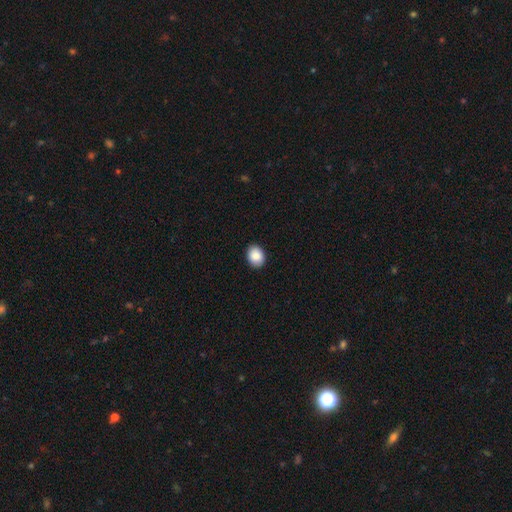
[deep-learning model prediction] Q: Smooth or featured?
A: smooth (89%); runner-up: star or artifact (7%)
Q: How rounded?
A: in between (59%); runner-up: round (40%)
Q: Merging?
A: none (90%); runner-up: minor disturbance (7%)